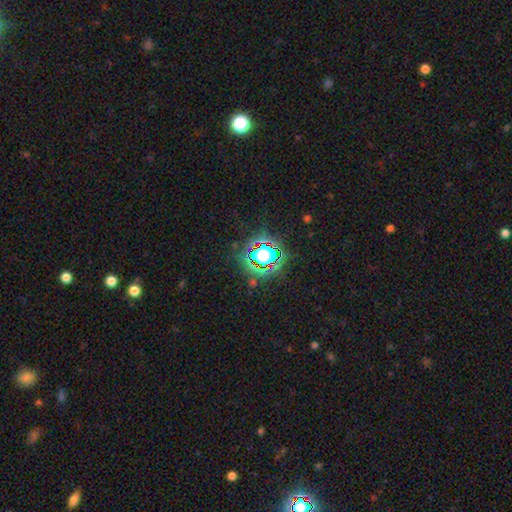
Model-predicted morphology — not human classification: Smooth or featured? Predicted: star or artifact (p=0.77).